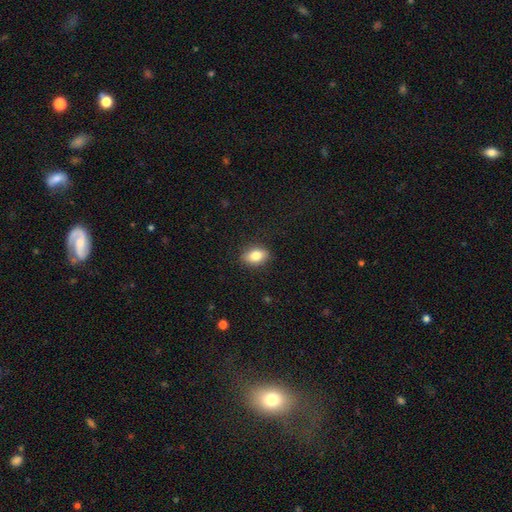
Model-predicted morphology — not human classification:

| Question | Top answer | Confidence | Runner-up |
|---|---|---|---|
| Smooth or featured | smooth | 83% | featured or disk (9%) |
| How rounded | in between | 82% | round (16%) |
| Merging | none | 86% | minor disturbance (10%) |